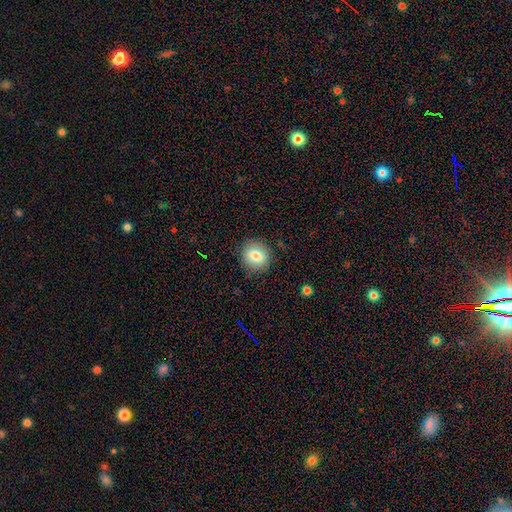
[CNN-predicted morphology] Smooth or featured? Predicted: smooth (p=0.80). How rounded? Predicted: round (p=0.75). Merging? Predicted: none (p=0.86).